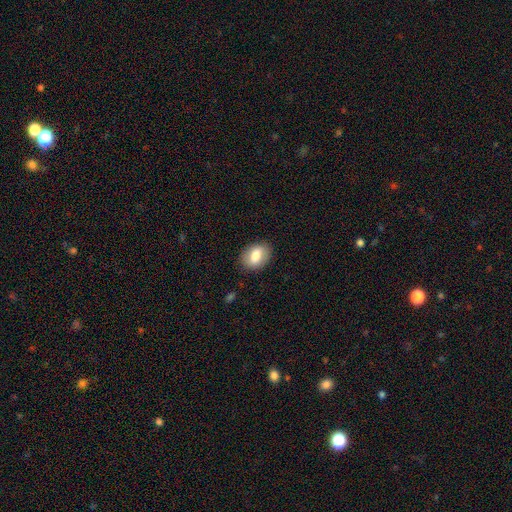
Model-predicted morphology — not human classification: A smooth galaxy with no disk features (77%) that is in between round and cigar-shaped (78%).

Vote fractions:
- Smooth or featured? smooth: 77% / featured or disk: 16% / star or artifact: 7%
- How rounded? in between: 78% / round: 21% / cigar-shaped: 1%
- Merging? none: 85% / minor disturbance: 11% / major disturbance: 3% / merger: 1%